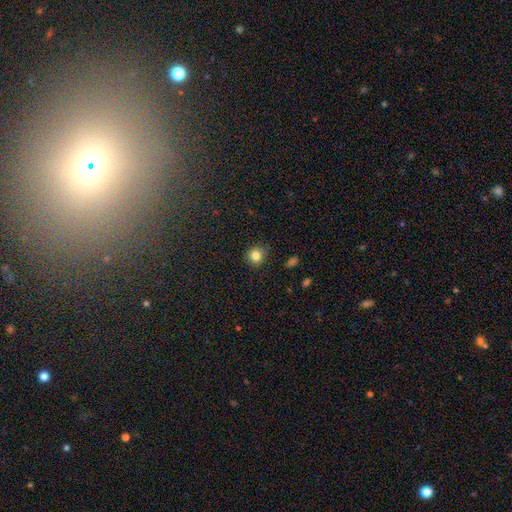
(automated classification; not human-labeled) The model was most divided on "smooth or featured": smooth: 83%, star or artifact: 12%, featured or disk: 6%. More confident: how rounded — round (89%); merging — none (88%).